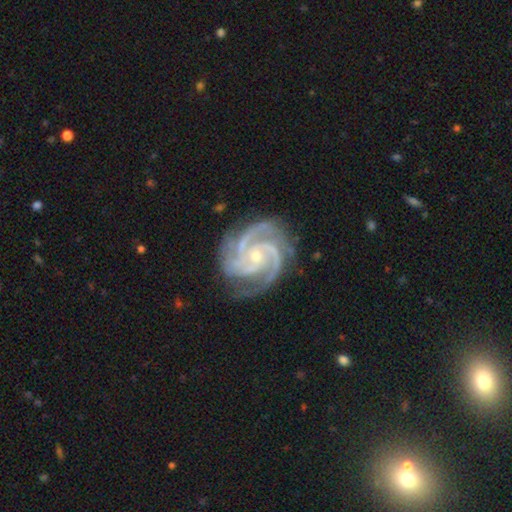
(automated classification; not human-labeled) Smooth or featured? Predicted: featured or disk (p=0.94). Edge-on disk? Predicted: no (p=0.98). Bar? Predicted: no (p=0.68). Spiral arms? Predicted: yes (p=0.99). Spiral winding? Predicted: tight (p=0.61). Spiral arm count? Predicted: 3 (p=0.60). Bulge size? Predicted: small (p=0.74). Merging? Predicted: none (p=0.77).